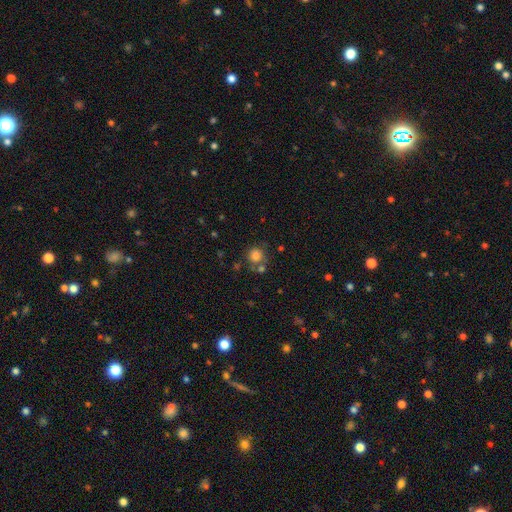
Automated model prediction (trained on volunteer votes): smooth_or_featured: smooth (p=0.80) [alt: star or artifact p=0.12]
how_rounded: round (p=0.88) [alt: in between p=0.11]
merging: none (p=0.64) [alt: merger p=0.17]